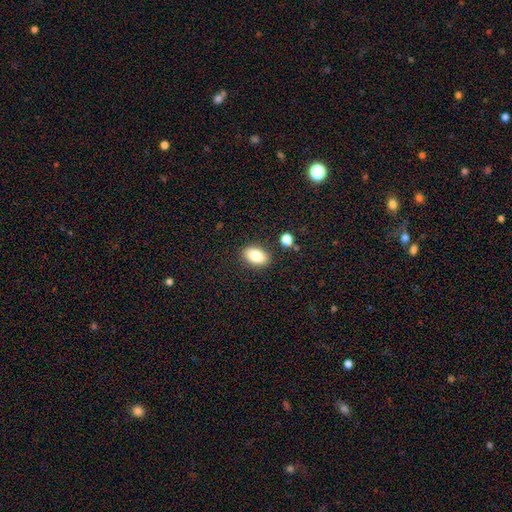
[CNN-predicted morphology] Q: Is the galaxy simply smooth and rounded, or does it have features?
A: smooth — 83%.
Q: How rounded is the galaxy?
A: in between — 89%.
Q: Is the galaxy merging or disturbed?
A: none — 85%.